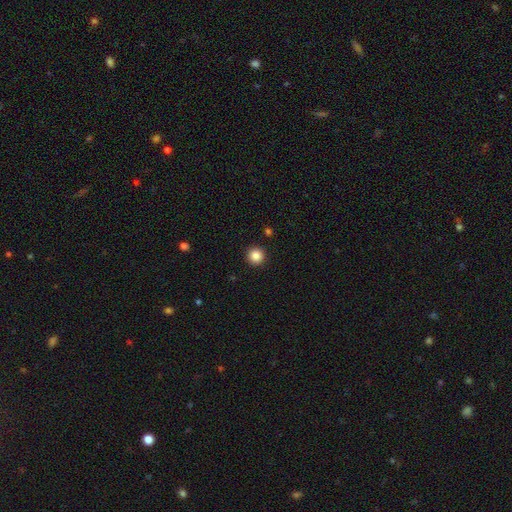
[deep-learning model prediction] Smooth or featured: smooth — 86% (star or artifact — 10%)
How rounded: round — 96% (in between — 3%)
Merging: none — 93% (minor disturbance — 4%)